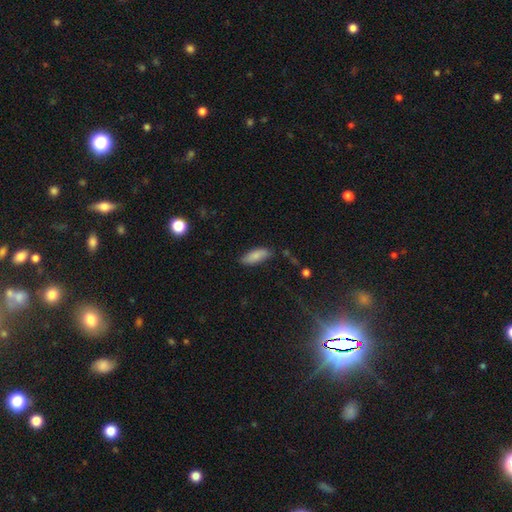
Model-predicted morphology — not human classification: Smooth or featured?
  - smooth: 83% *
  - featured or disk: 10%
  - star or artifact: 7%
How rounded?
  - in between: 70% *
  - cigar-shaped: 28%
  - round: 2%
Merging?
  - none: 80% *
  - minor disturbance: 15%
  - major disturbance: 3%
  - merger: 2%